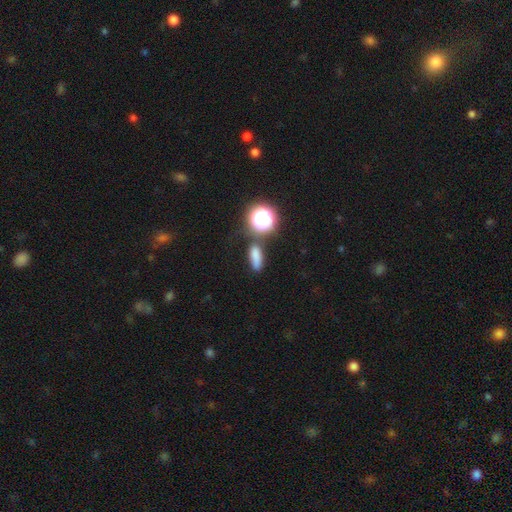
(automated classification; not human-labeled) Smooth or featured: smooth — 74% (star or artifact — 18%)
How rounded: in between — 56% (cigar-shaped — 23%)
Merging: none — 71% (minor disturbance — 13%)